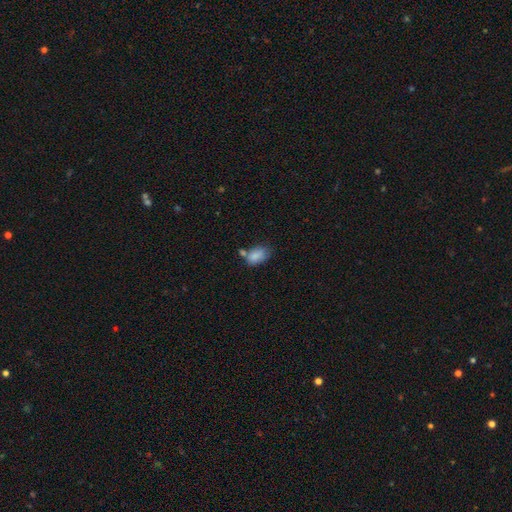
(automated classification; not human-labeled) A smooth galaxy with no disk features (82%) that is in between round and cigar-shaped (87%).

Vote fractions:
- Smooth or featured? smooth: 82% / featured or disk: 9% / star or artifact: 9%
- How rounded? in between: 87% / round: 12% / cigar-shaped: 2%
- Merging? none: 42% / minor disturbance: 25% / merger: 24% / major disturbance: 9%